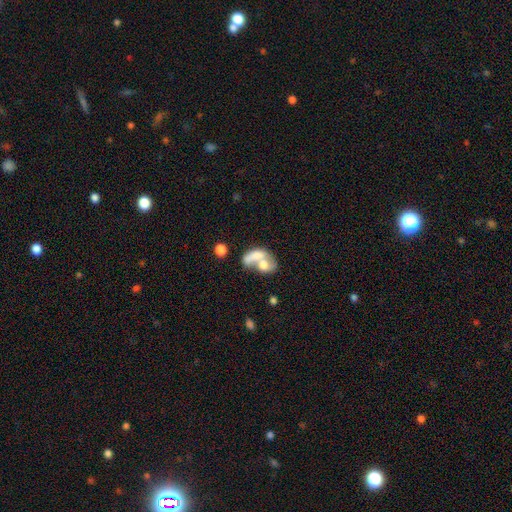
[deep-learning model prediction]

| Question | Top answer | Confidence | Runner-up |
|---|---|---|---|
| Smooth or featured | smooth | 58% | featured or disk (34%) |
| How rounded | in between | 74% | round (22%) |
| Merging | merger | 68% | major disturbance (13%) |